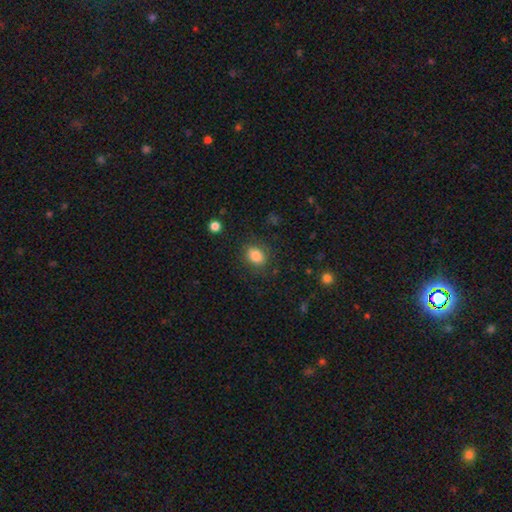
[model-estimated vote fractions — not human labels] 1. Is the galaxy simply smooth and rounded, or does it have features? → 83% smooth, 9% star or artifact, 8% featured or disk.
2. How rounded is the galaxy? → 62% in between, 37% round, 1% cigar-shaped.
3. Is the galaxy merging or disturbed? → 81% none, 13% minor disturbance, 5% major disturbance, 1% merger.